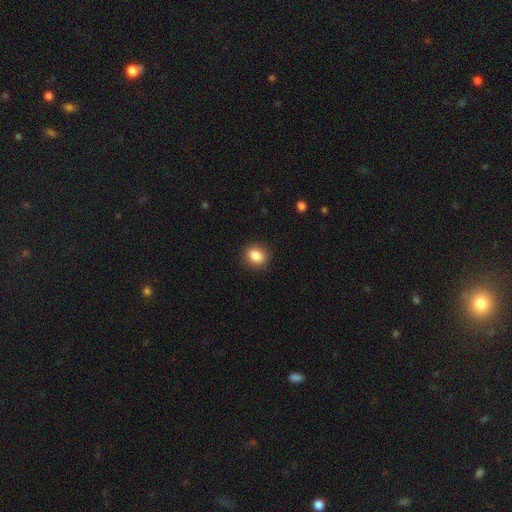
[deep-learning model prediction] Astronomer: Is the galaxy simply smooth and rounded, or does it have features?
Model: smooth — 86%.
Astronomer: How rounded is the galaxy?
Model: round — 60% (runner-up: in between, 39%).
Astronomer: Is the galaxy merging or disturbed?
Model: none — 89%.